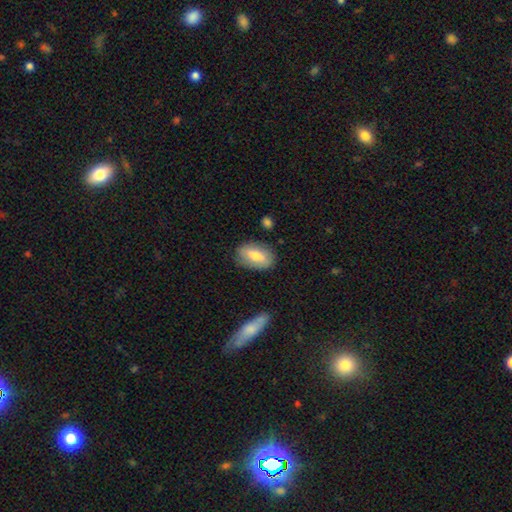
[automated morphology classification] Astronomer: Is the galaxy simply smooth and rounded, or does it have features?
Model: smooth — 73%.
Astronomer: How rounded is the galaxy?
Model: in between — 90%.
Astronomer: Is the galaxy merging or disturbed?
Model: none — 80%.